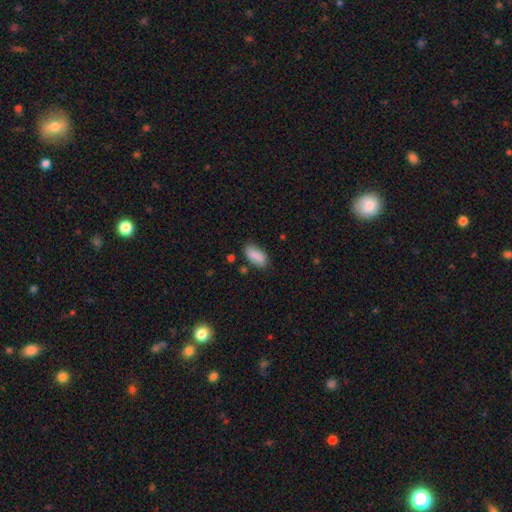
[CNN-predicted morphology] Smooth or featured? Predicted: smooth (p=0.87). How rounded? Predicted: in between (p=0.89). Merging? Predicted: none (p=0.76).